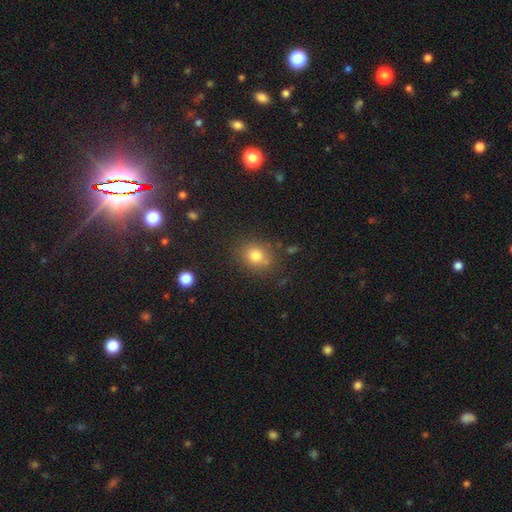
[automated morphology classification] This appears to be a smooth galaxy with no disk features (79%) that is round (58%). Merging: none (78%).